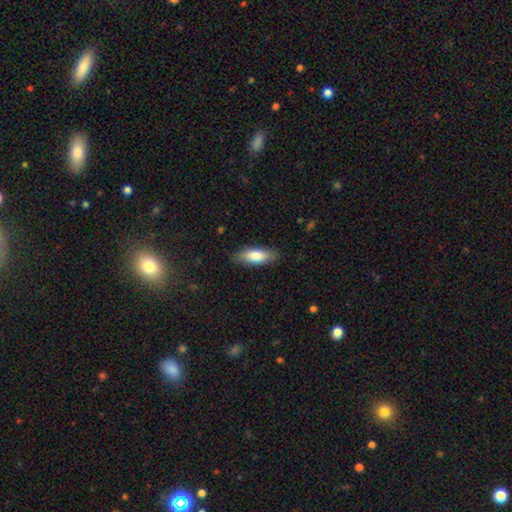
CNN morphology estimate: A smooth galaxy with no disk features (80%) that is in between round and cigar-shaped (66%).

Vote fractions:
- Smooth or featured? smooth: 80% / featured or disk: 14% / star or artifact: 6%
- How rounded? in between: 66% / cigar-shaped: 32% / round: 2%
- Merging? none: 85% / minor disturbance: 12% / major disturbance: 3% / merger: 1%